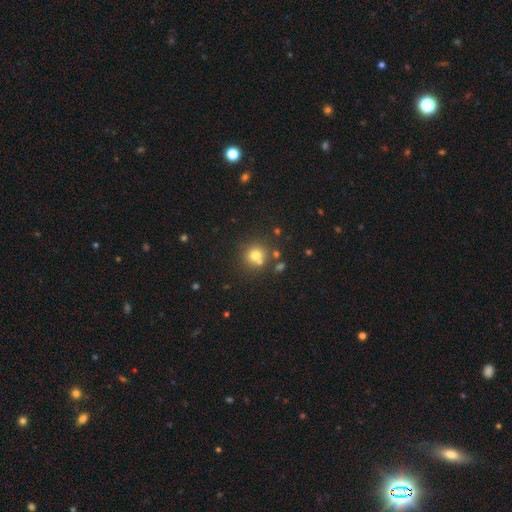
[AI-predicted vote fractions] The model was most divided on "merging": none: 68%, merger: 19%, minor disturbance: 9%, major disturbance: 4%. More confident: how rounded — round (89%); smooth or featured — smooth (72%).